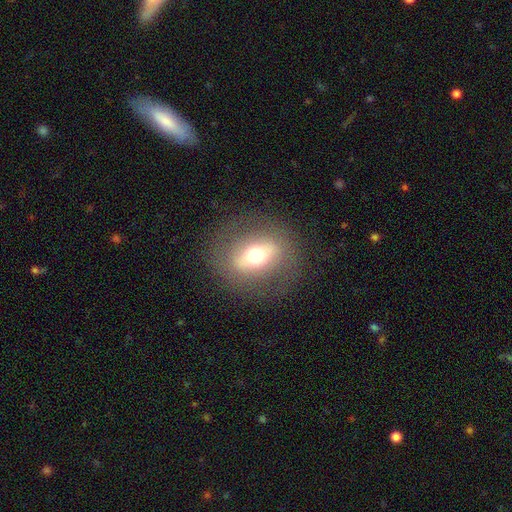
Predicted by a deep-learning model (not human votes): This appears to be a smooth galaxy with no disk features (48%). Merging: none (82%).